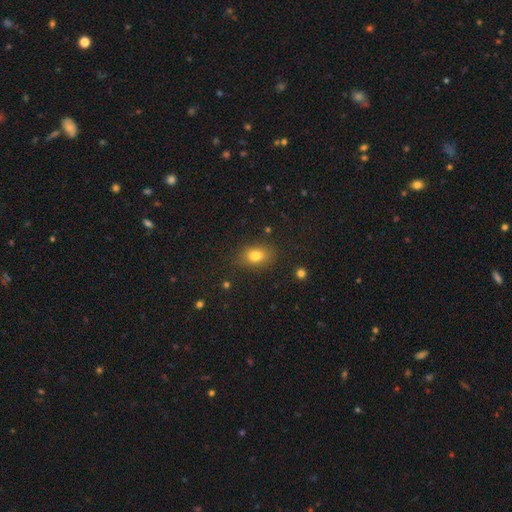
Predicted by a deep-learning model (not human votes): Smooth or featured?
  - smooth: 79% *
  - star or artifact: 13%
  - featured or disk: 8%
How rounded?
  - in between: 69% *
  - round: 29%
  - cigar-shaped: 2%
Merging?
  - none: 81% *
  - minor disturbance: 13%
  - major disturbance: 4%
  - merger: 2%